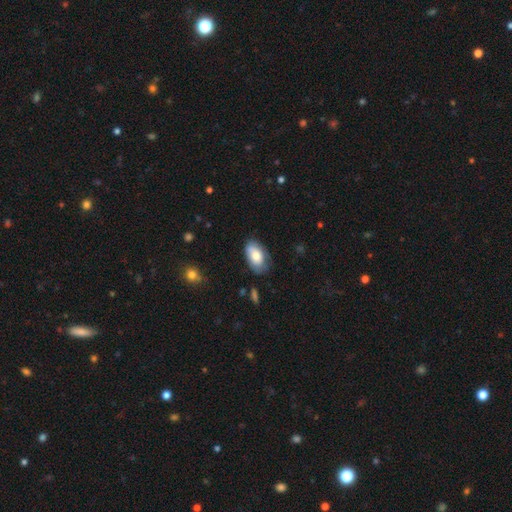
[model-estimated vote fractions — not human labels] Smooth or featured? Predicted: smooth (p=0.74). How rounded? Predicted: in between (p=0.93). Merging? Predicted: none (p=0.66).